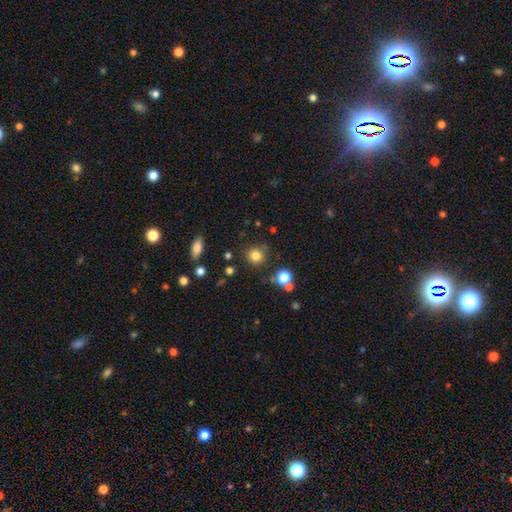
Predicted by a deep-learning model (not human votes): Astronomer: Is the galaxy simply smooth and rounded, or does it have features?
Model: smooth — 82%.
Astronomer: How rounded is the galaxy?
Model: round — 90%.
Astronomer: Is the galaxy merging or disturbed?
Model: none — 82%.